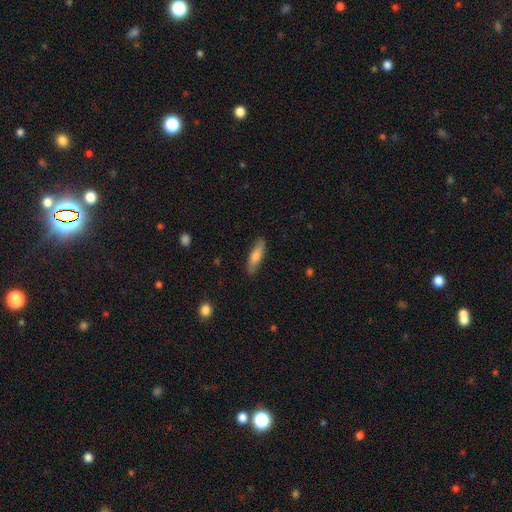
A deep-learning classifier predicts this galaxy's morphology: type=smooth (72%); roundness=cigar-shaped (70%); merging=none (86%).